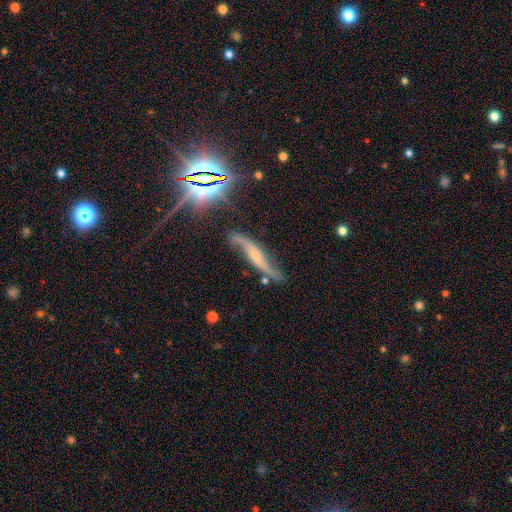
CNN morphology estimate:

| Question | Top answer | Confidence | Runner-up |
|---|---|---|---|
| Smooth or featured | featured or disk | 74% | smooth (14%) |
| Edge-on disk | no | 64% | yes (36%) |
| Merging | none | 61% | minor disturbance (23%) |